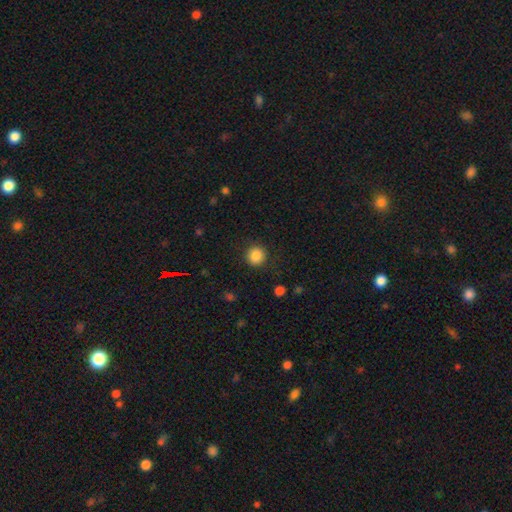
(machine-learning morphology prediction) Smooth or featured? Predicted: smooth (p=0.86). How rounded? Predicted: round (p=0.91). Merging? Predicted: none (p=0.89).